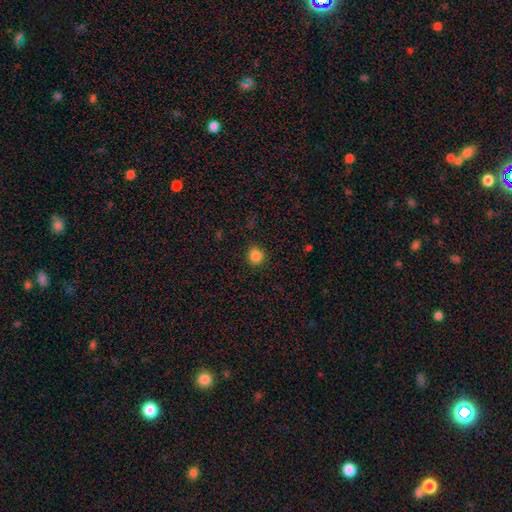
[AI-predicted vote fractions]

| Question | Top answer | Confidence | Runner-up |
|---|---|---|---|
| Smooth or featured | smooth | 85% | star or artifact (12%) |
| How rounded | round | 88% | in between (11%) |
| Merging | none | 89% | minor disturbance (7%) |